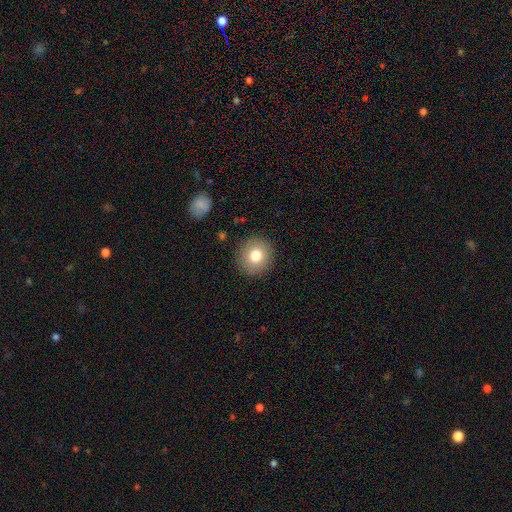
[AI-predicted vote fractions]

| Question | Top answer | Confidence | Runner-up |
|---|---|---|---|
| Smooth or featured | smooth | 78% | featured or disk (13%) |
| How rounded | round | 91% | in between (9%) |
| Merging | none | 90% | minor disturbance (6%) |